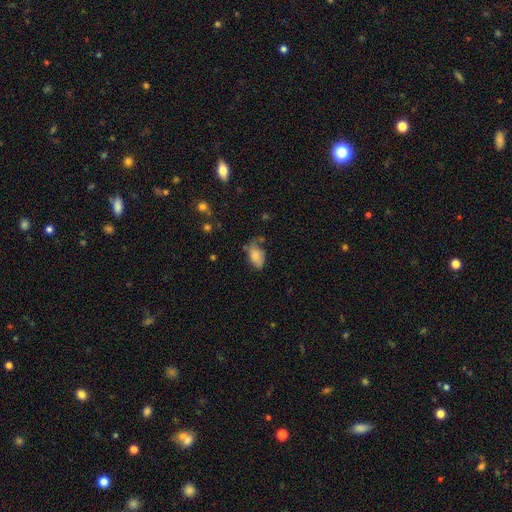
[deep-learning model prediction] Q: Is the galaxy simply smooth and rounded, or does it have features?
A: smooth — 80%.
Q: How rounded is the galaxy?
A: in between — 92%.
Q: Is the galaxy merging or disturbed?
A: none — 48%.